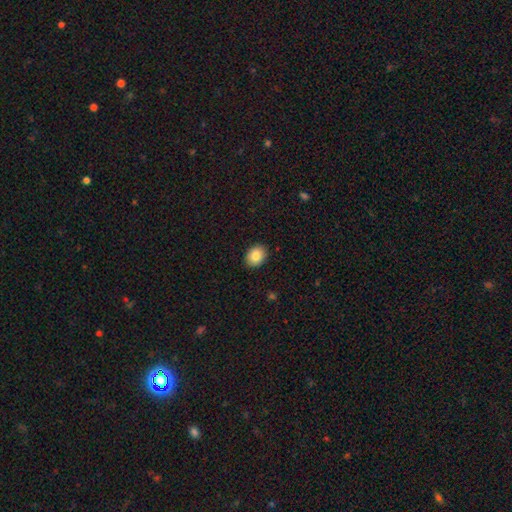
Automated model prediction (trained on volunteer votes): A smooth galaxy with no disk features (85%) that is in between round and cigar-shaped (54%). Merging: none (90%).